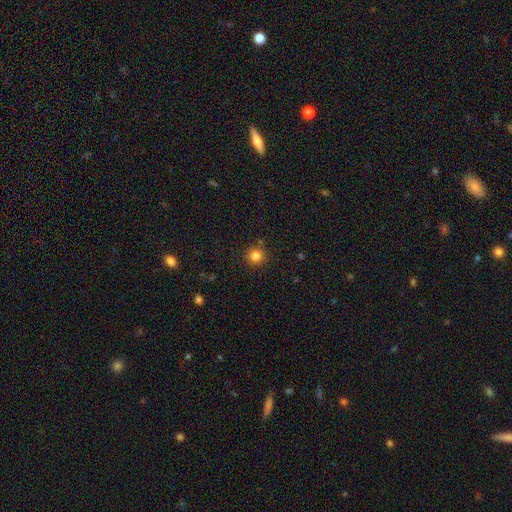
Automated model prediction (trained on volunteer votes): Smooth or featured? smooth (83%)
How rounded? round (95%)
Merging? none (89%)